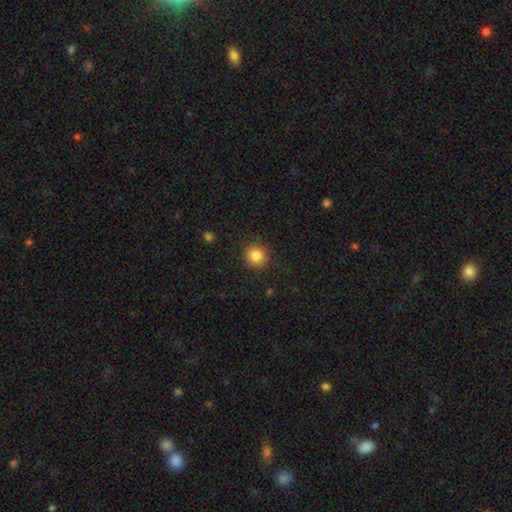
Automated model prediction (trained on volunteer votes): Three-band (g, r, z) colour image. It shows a smooth galaxy with no disk features (84%) that is round (93%). Merging: none (88%).